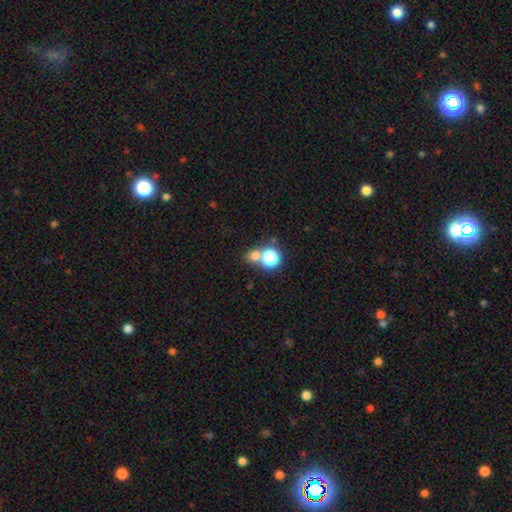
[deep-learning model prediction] Q: Smooth or featured?
A: smooth (67%); runner-up: star or artifact (23%)
Q: How rounded?
A: round (73%); runner-up: in between (25%)
Q: Merging?
A: none (49%); runner-up: merger (40%)